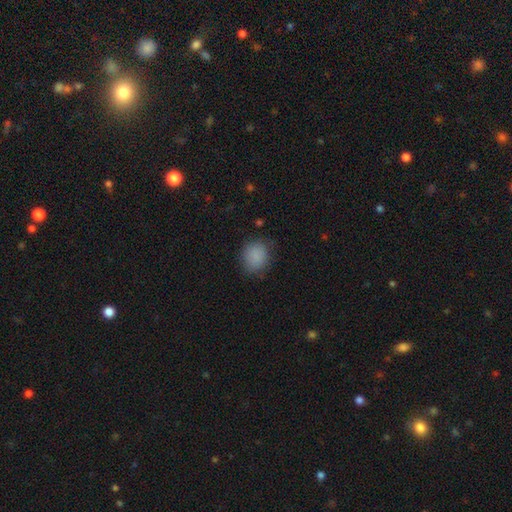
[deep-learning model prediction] Overall: smooth (87%). How rounded: round (78%). Merging: none (80%).